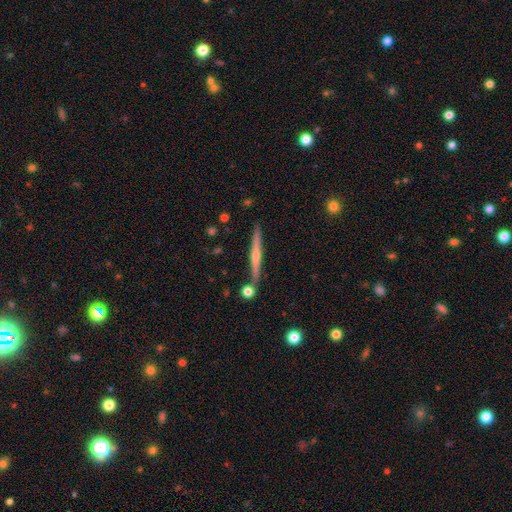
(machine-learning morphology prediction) This appears to be a featured or disk galaxy (74%) viewed edge-on (98%) with a rounded central bulge (78%). Merging: none (86%).